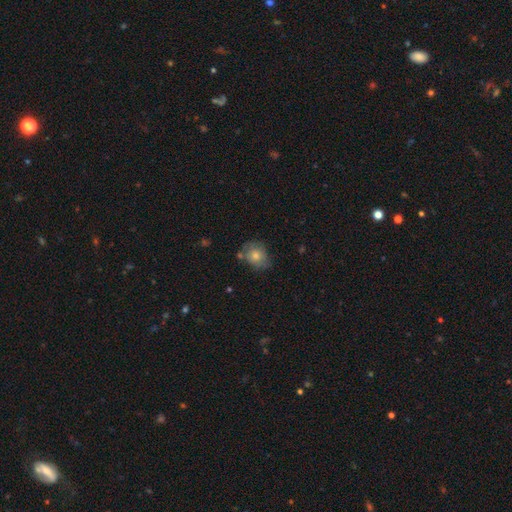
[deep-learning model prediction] Smooth or featured?
  - smooth: 75% *
  - featured or disk: 16%
  - star or artifact: 9%
How rounded?
  - round: 63% *
  - in between: 36%
  - cigar-shaped: 1%
Merging?
  - none: 58% *
  - minor disturbance: 26%
  - merger: 9%
  - major disturbance: 7%